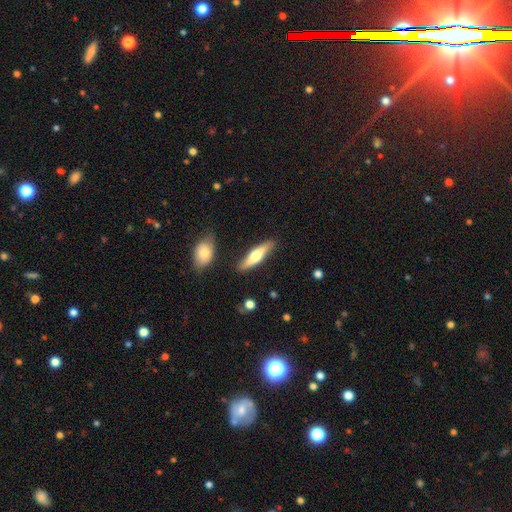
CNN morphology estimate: Smooth or featured? smooth (52%)
How rounded? cigar-shaped (72%)
Merging? none (84%)